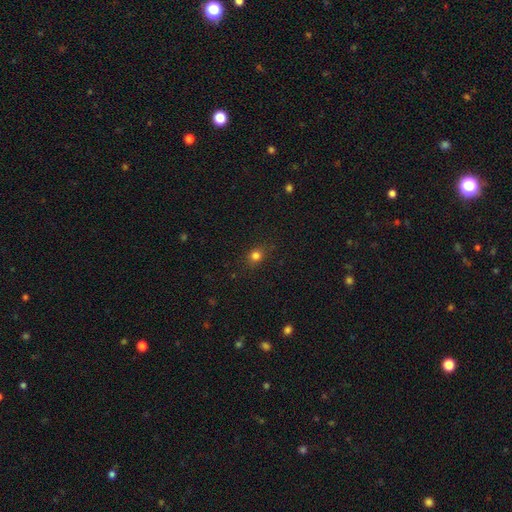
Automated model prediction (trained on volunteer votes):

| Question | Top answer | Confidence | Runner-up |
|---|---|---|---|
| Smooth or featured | smooth | 79% | star or artifact (15%) |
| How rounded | round | 76% | in between (23%) |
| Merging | none | 85% | minor disturbance (11%) |